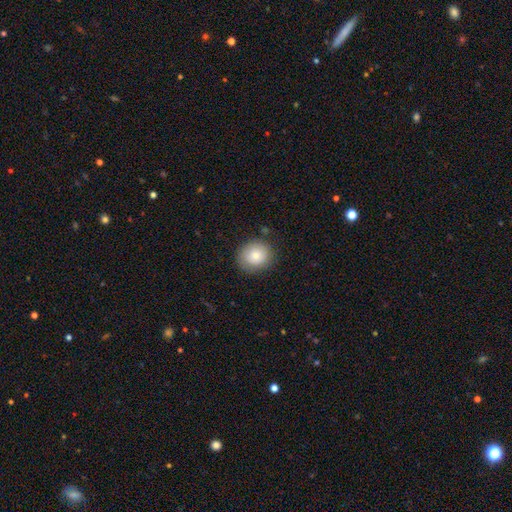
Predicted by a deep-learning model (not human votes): Smooth or featured? Predicted: smooth (p=0.81). How rounded? Predicted: round (p=0.83). Merging? Predicted: none (p=0.84).